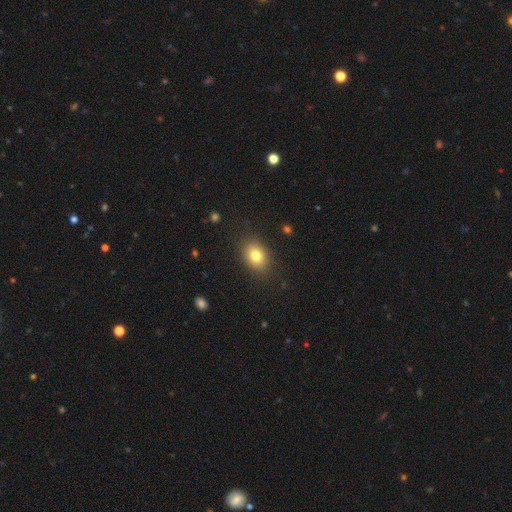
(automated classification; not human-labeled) smooth_or_featured: smooth (p=0.79) [alt: star or artifact p=0.11]
how_rounded: in between (p=0.60) [alt: round p=0.39]
merging: none (p=0.86) [alt: minor disturbance p=0.09]